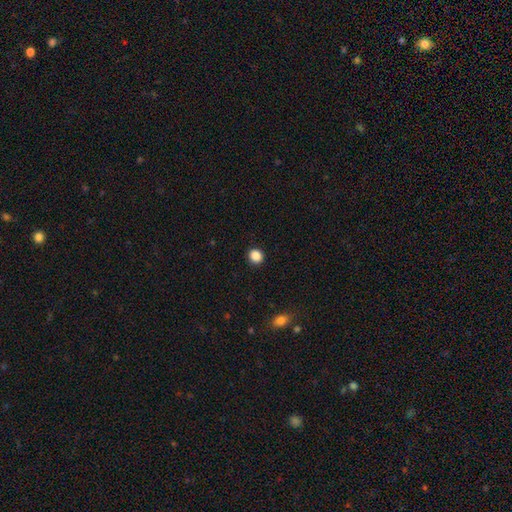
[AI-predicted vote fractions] Q: Smooth or featured?
A: smooth (87%); runner-up: star or artifact (10%)
Q: How rounded?
A: round (84%); runner-up: in between (15%)
Q: Merging?
A: none (92%); runner-up: minor disturbance (5%)